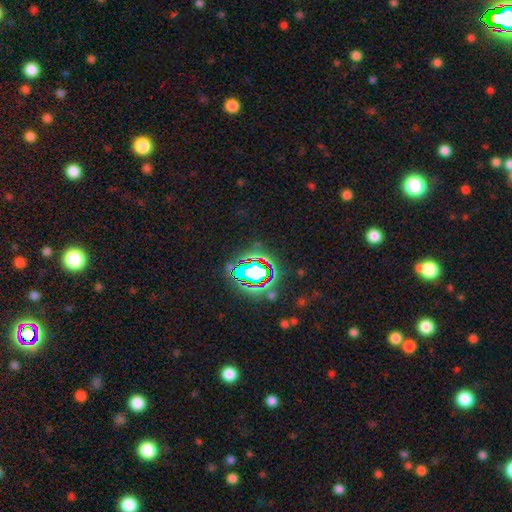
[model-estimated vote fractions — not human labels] A star or artifact, not a galaxy (81%).

Vote fractions:
- Smooth or featured? star or artifact: 81% / smooth: 12% / featured or disk: 8%